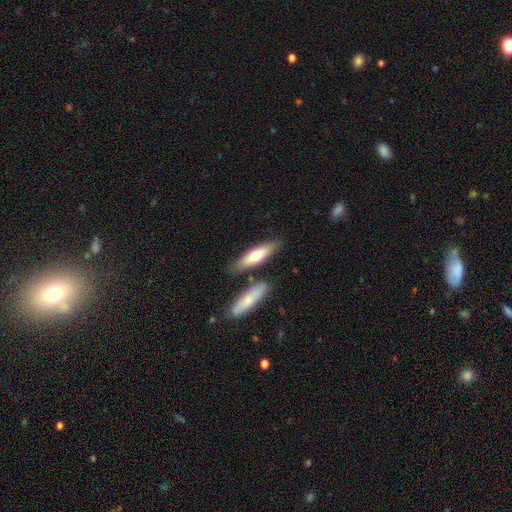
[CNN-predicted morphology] Smooth or featured? smooth (69%)
How rounded? cigar-shaped (59%)
Merging? none (76%)